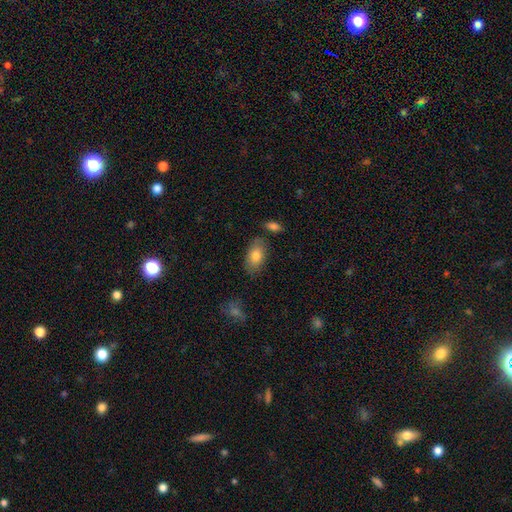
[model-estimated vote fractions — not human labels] A smooth galaxy with no disk features (81%) that is in between round and cigar-shaped (92%). Merging: none (78%).